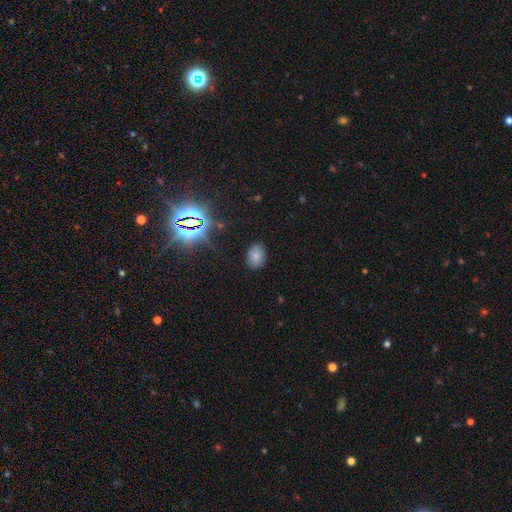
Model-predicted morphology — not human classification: Smooth or featured? smooth (72%)
How rounded? in between (78%)
Merging? none (85%)